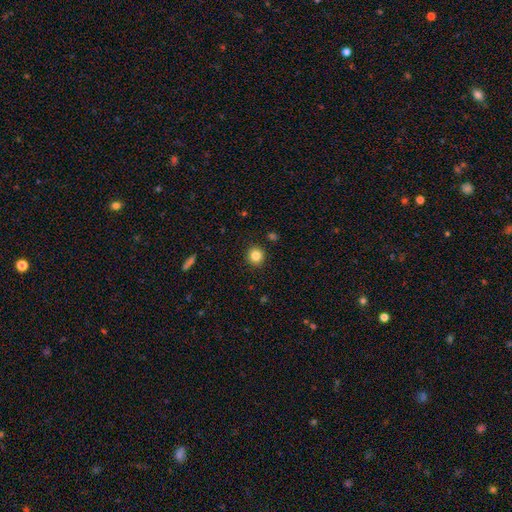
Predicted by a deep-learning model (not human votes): Overall: smooth (85%). How rounded: round (92%). Merging: none (91%).